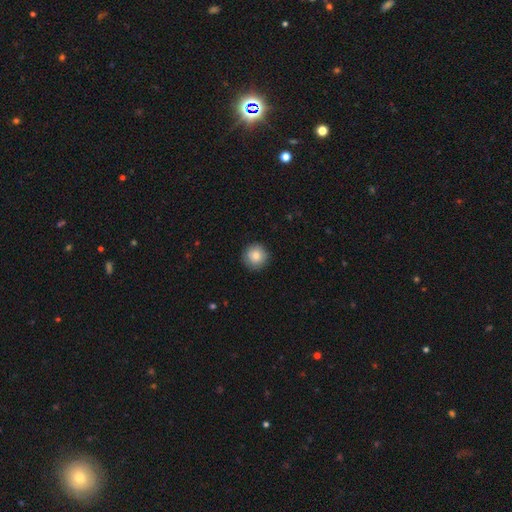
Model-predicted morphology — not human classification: Overall: smooth (83%). How rounded: round (95%). Merging: none (89%).